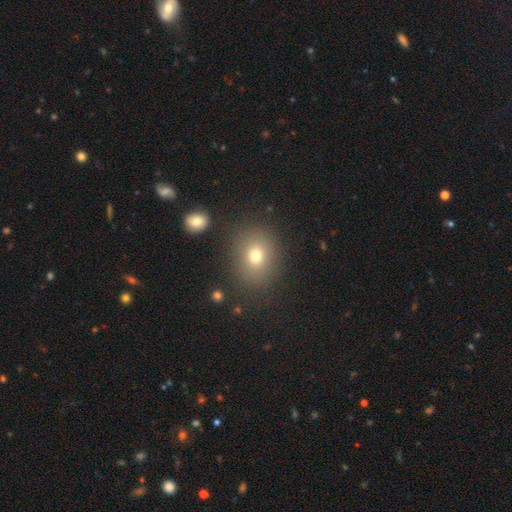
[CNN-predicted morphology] A smooth galaxy with no disk features (74%) that is round (57%).

Vote fractions:
- Smooth or featured? smooth: 74% / star or artifact: 14% / featured or disk: 12%
- How rounded? round: 57% / in between: 42% / cigar-shaped: 1%
- Merging? none: 84% / minor disturbance: 10% / major disturbance: 4% / merger: 3%